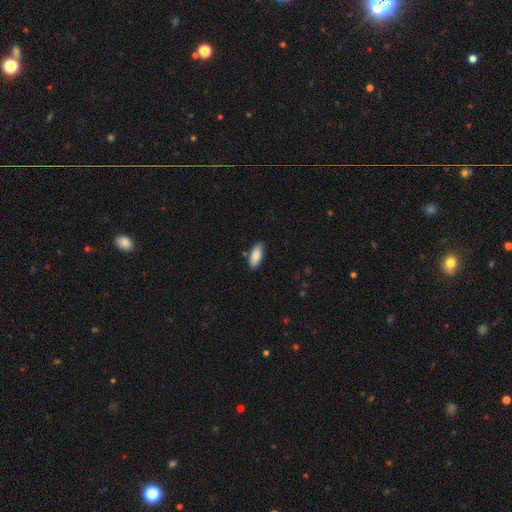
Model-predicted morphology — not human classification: A smooth galaxy with no disk features (88%) that is in between round and cigar-shaped (83%). Merging: none (85%).